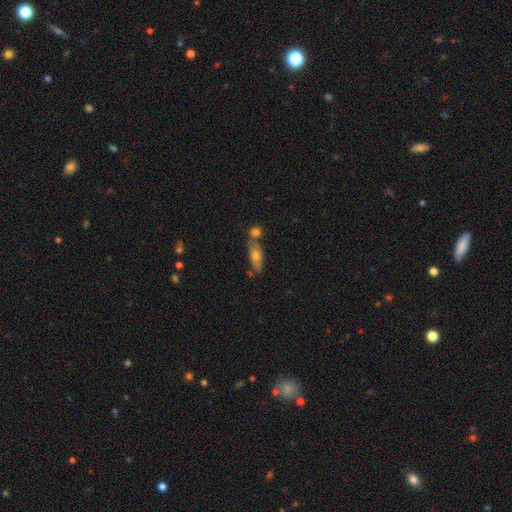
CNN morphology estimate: Smooth or featured: smooth — 58% (featured or disk — 33%)
How rounded: in between — 55% (cigar-shaped — 40%)
Merging: none — 59% (merger — 23%)